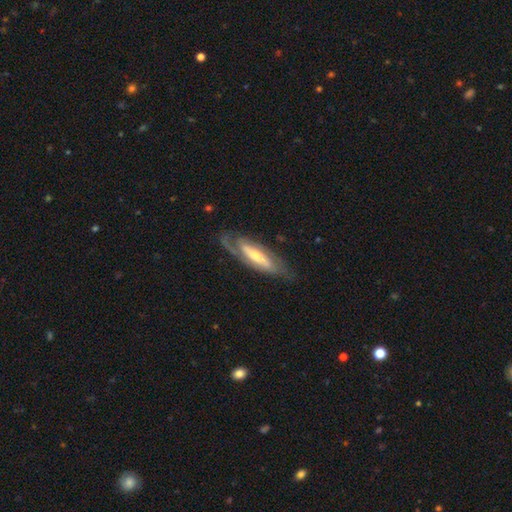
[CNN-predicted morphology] A featured or disk galaxy (77%) with no bar (38%), 2 (61%) tight (42%) spiral arms (87%) and a moderate central bulge (48%).

Vote fractions:
- Smooth or featured? featured or disk: 77% / smooth: 18% / star or artifact: 5%
- Edge-on disk? no: 75% / yes: 25%
- Bar? no: 38% / weak: 31% / strong: 31%
- Spiral arms? yes: 87% / no: 13%
- Spiral winding? tight: 42% / medium: 40% / loose: 18%
- Spiral arm count? 2: 61% / can't tell: 21% / 1: 12% / 3: 4% / 4: 1% / more than 4: 1%
- Bulge size? moderate: 48% / small: 44% / large: 5% / none: 2% / dominant: 1%
- Merging? none: 70% / minor disturbance: 19% / major disturbance: 10% / merger: 1%